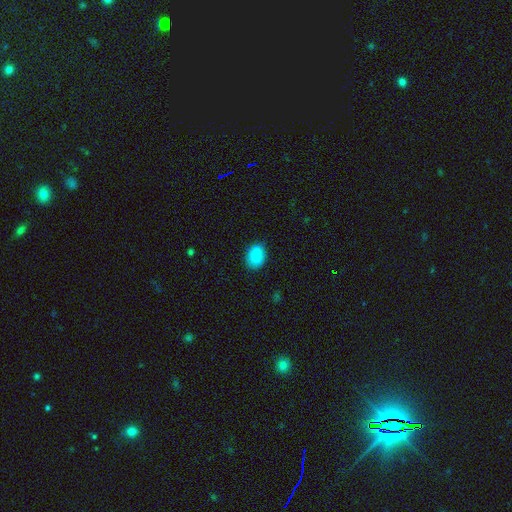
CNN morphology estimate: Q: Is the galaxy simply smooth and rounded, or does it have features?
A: smooth — 87%.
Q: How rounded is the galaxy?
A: in between — 75%.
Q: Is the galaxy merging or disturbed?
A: none — 81%.